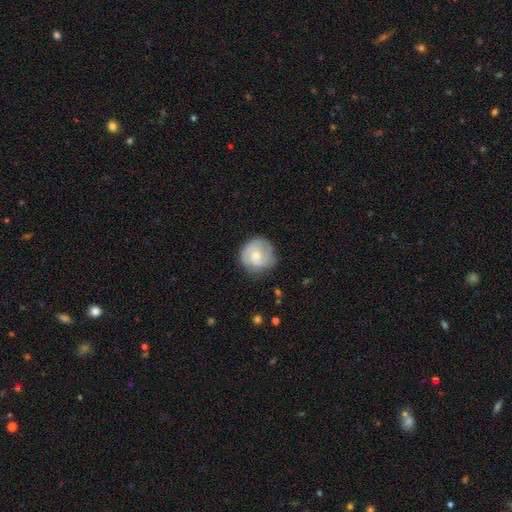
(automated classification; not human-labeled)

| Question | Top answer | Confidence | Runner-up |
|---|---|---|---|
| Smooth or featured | featured or disk | 62% | smooth (32%) |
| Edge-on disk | no | 98% | yes (2%) |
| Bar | no | 68% | weak (28%) |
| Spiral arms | yes | 88% | no (12%) |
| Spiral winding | tight | 54% | medium (35%) |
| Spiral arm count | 2 | 53% | can't tell (21%) |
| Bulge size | moderate | 52% | small (43%) |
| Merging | none | 73% | minor disturbance (19%) |